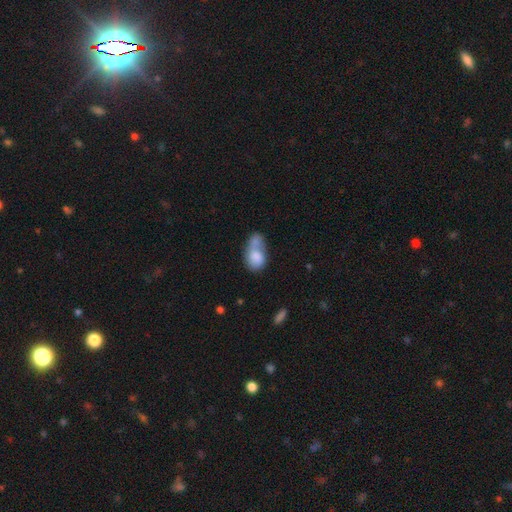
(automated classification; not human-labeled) Overall: smooth (77%). How rounded: in between (78%). Merging: merger (60%).